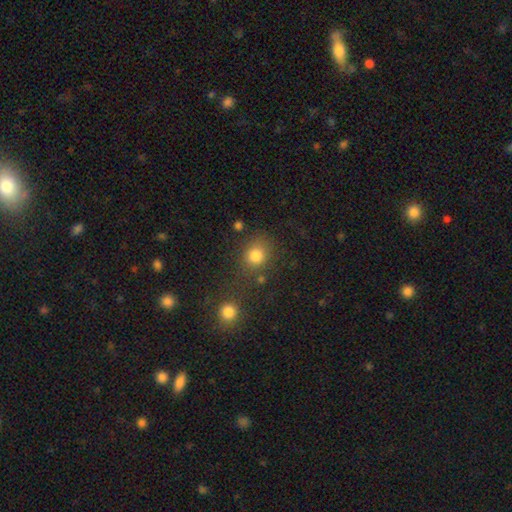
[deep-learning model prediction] Smooth or featured? smooth (80%)
How rounded? round (75%)
Merging? none (68%)